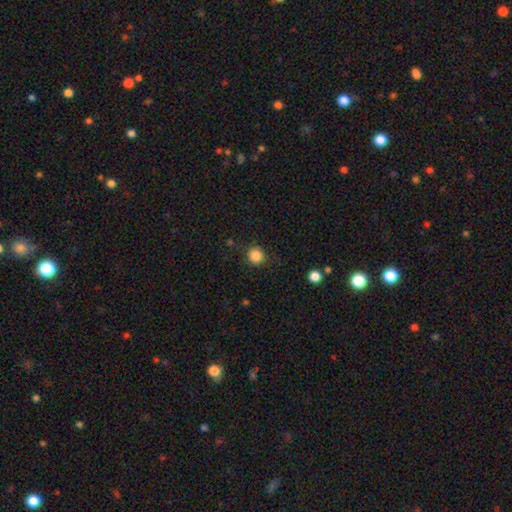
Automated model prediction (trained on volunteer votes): smooth 85%, star or artifact 11%, featured or disk 4%. Down the decision tree: how rounded — round (94%); merging — none (88%).